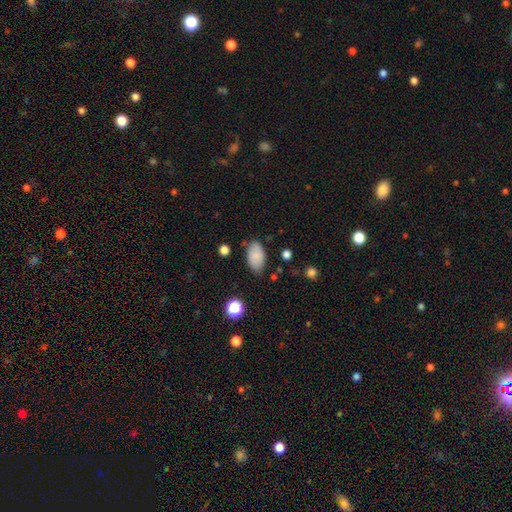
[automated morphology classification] type=smooth (85%); roundness=in between (94%); merging=none (77%).